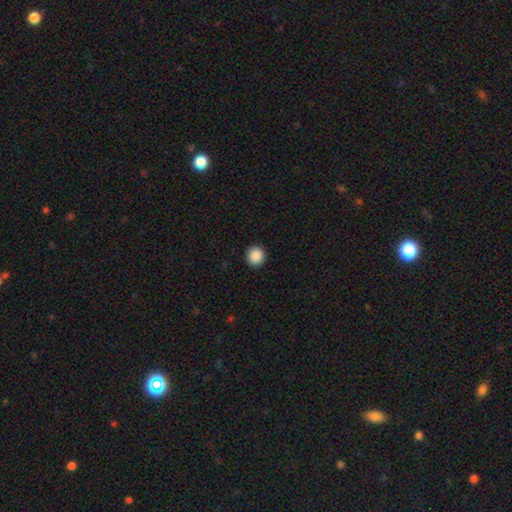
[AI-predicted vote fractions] Smooth or featured? smooth (89%)
How rounded? round (90%)
Merging? none (93%)